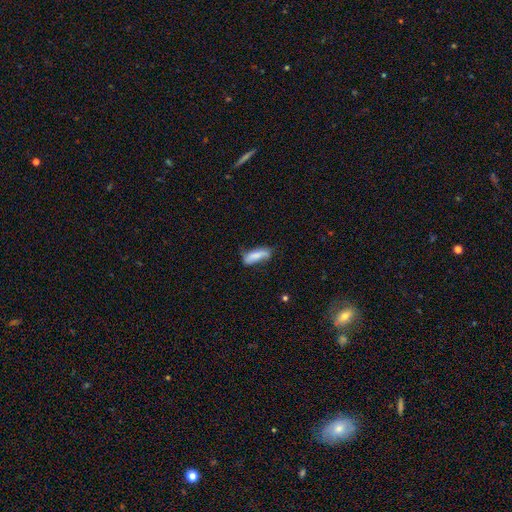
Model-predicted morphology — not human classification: Q: Smooth or featured?
A: smooth (76%); runner-up: featured or disk (17%)
Q: How rounded?
A: cigar-shaped (49%); tied with: in between (49%)
Q: Merging?
A: none (55%); runner-up: minor disturbance (32%)